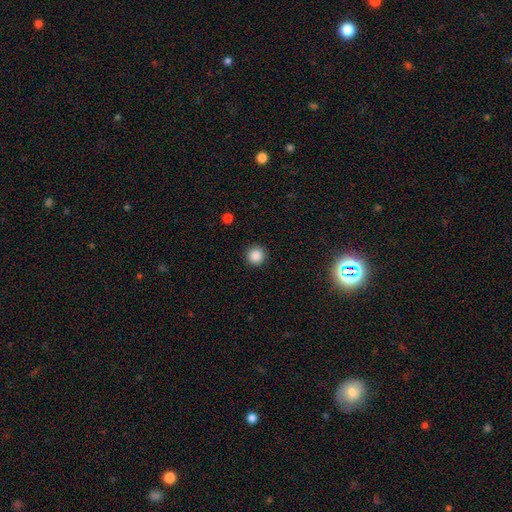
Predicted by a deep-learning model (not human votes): A smooth galaxy with no disk features (87%) that is round (95%).

Vote fractions:
- Smooth or featured? smooth: 87% / star or artifact: 10% / featured or disk: 3%
- How rounded? round: 95% / in between: 4% / cigar-shaped: 1%
- Merging? none: 92% / minor disturbance: 5% / major disturbance: 2% / merger: 1%